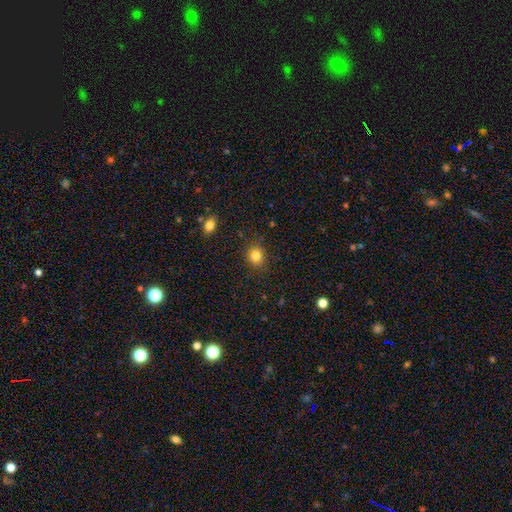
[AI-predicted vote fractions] smooth_or_featured: smooth (p=0.83) [alt: star or artifact p=0.11]
how_rounded: round (p=0.69) [alt: in between p=0.30]
merging: none (p=0.87) [alt: minor disturbance p=0.09]